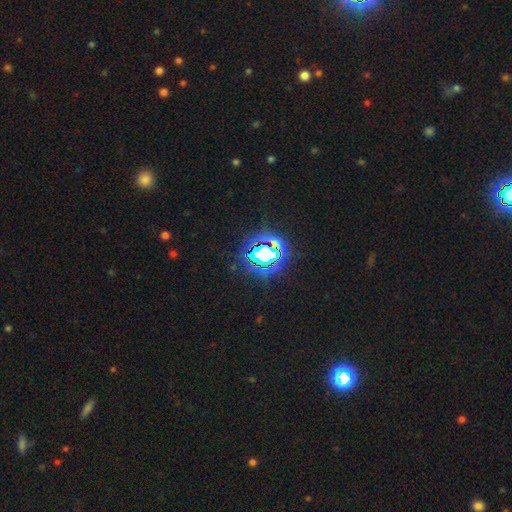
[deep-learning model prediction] Smooth or featured?
  - star or artifact: 81% *
  - smooth: 12%
  - featured or disk: 7%